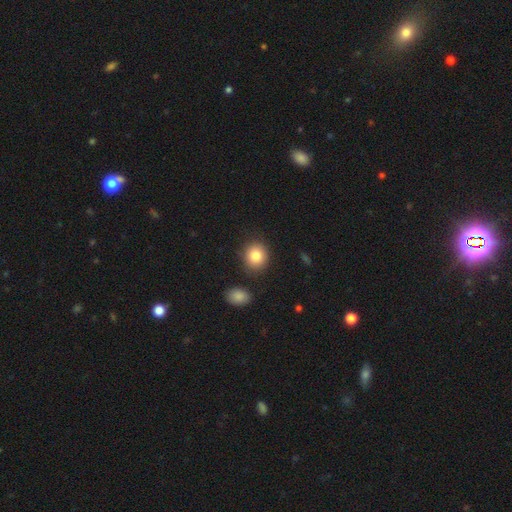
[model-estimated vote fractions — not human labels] Q: Smooth or featured?
A: smooth (83%); runner-up: star or artifact (9%)
Q: How rounded?
A: round (76%); runner-up: in between (23%)
Q: Merging?
A: none (84%); runner-up: minor disturbance (9%)